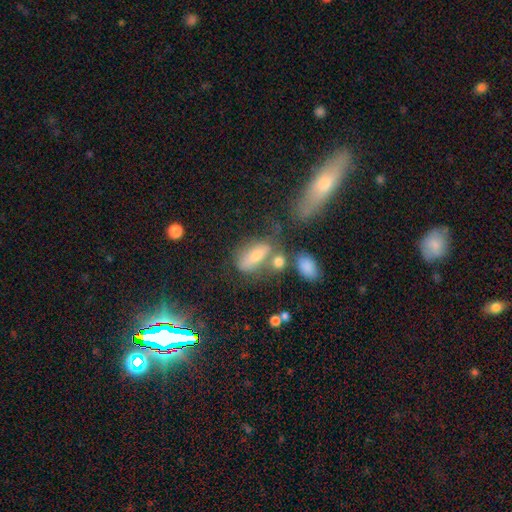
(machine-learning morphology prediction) Smooth or featured?
  - smooth: 58% *
  - featured or disk: 27%
  - star or artifact: 16%
How rounded?
  - in between: 78% *
  - cigar-shaped: 13%
  - round: 9%
Merging?
  - none: 38% *
  - merger: 27%
  - minor disturbance: 19%
  - major disturbance: 16%